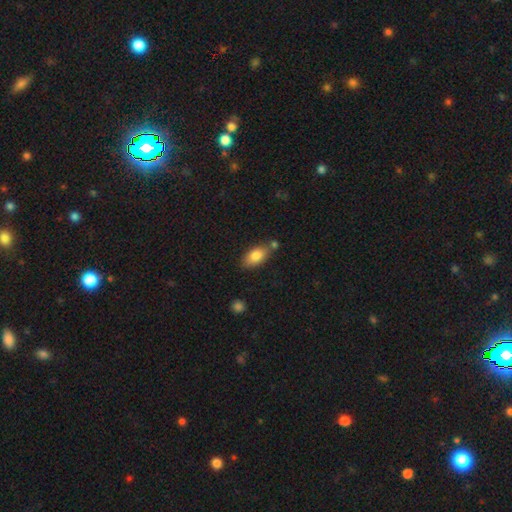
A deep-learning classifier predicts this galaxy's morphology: This is clearly a smooth galaxy (82%). How rounded: clearly in between (90%). Merging: likely none (66%).